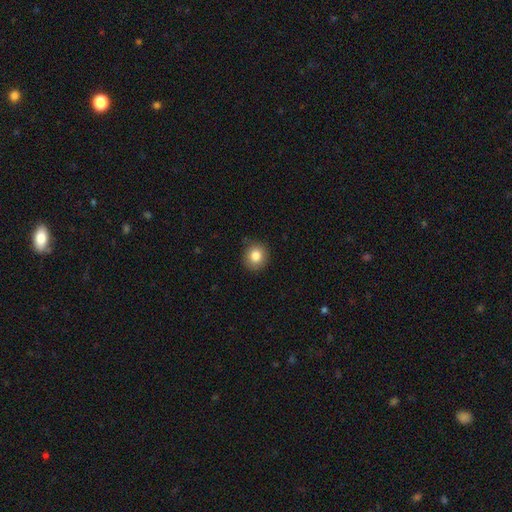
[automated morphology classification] Smooth or featured? smooth (83%)
How rounded? round (87%)
Merging? none (86%)